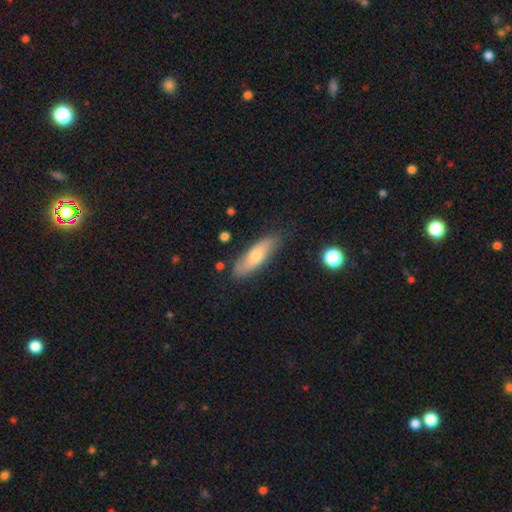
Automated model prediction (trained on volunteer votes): Q: Smooth or featured?
A: smooth (60%); runner-up: featured or disk (33%)
Q: How rounded?
A: in between (50%); runner-up: cigar-shaped (48%)
Q: Merging?
A: none (77%); runner-up: minor disturbance (17%)